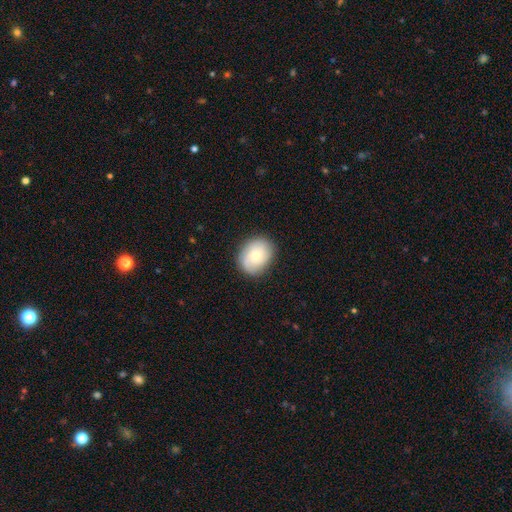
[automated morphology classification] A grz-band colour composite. It shows a smooth galaxy with no disk features (62%) that is round (51%). Merging: none (84%).